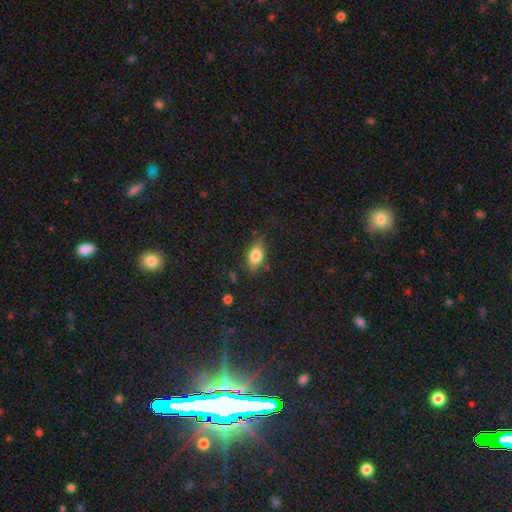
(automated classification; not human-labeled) Overall: smooth (81%). How rounded: in between (87%). Merging: none (77%).